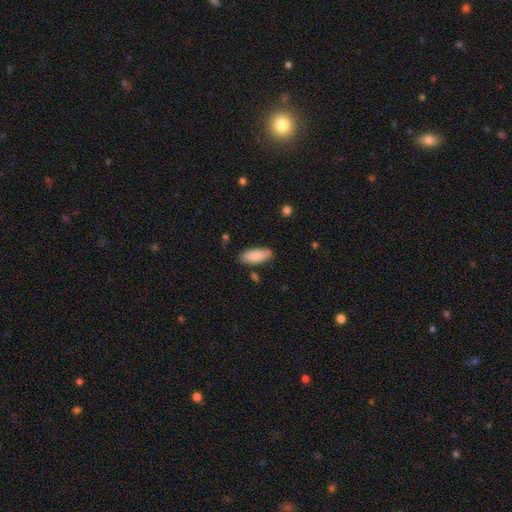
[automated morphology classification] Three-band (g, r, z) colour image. It shows a smooth galaxy with no disk features (87%) that is in between round and cigar-shaped (82%). Merging: none (74%).